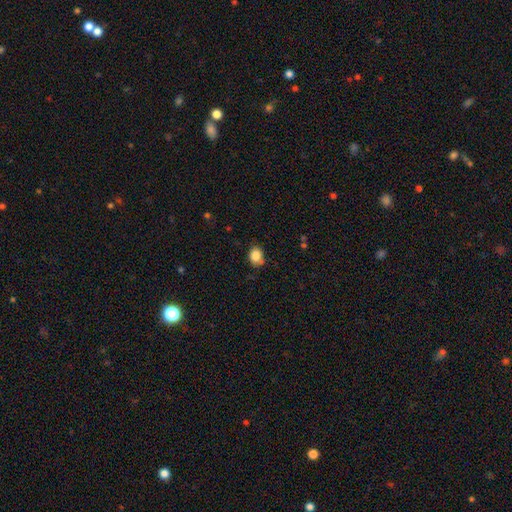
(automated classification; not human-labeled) This appears to be a smooth galaxy with no disk features (85%) that is round (54%). Merging: none (72%).